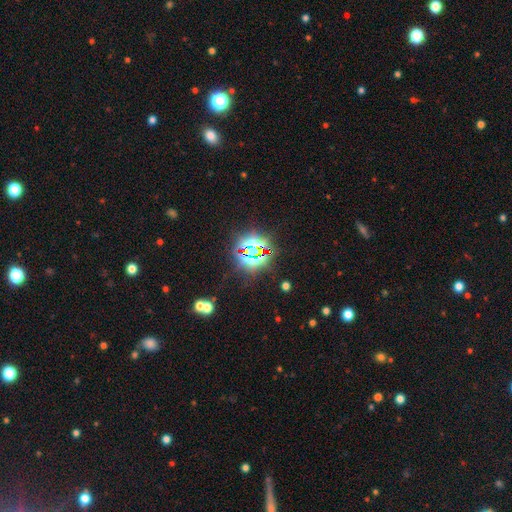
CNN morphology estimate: This is clearly a star or artifact rather than a galaxy (82%).